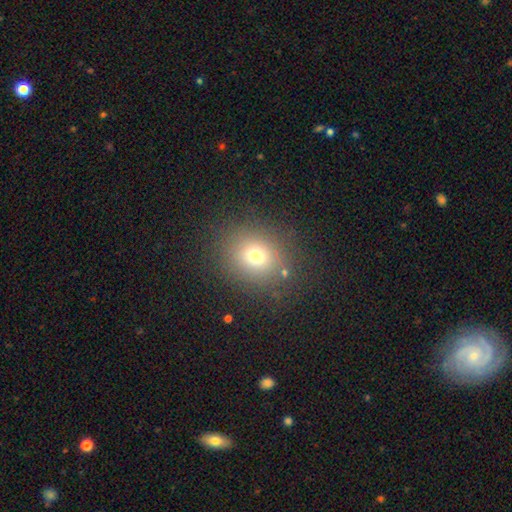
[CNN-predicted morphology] This appears to be a smooth galaxy with no disk features (71%) that is round (70%). Merging: none (83%).